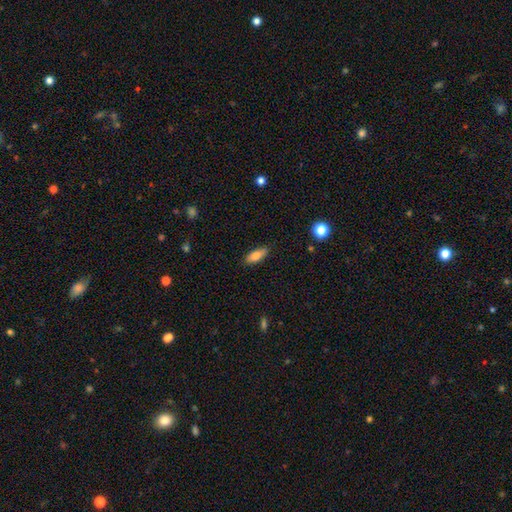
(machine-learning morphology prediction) Smooth or featured: smooth — 78% (featured or disk — 15%)
How rounded: in between — 68% (cigar-shaped — 29%)
Merging: none — 84% (minor disturbance — 13%)